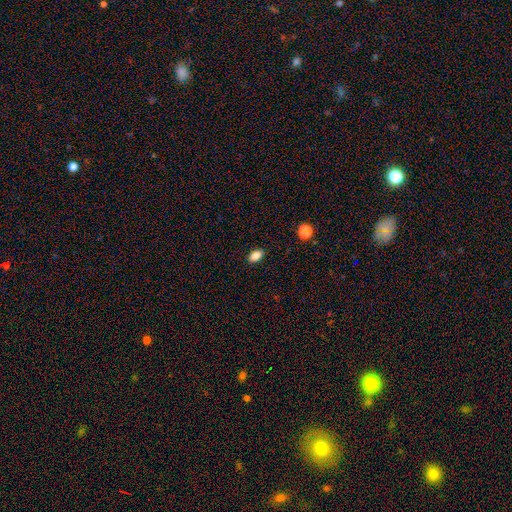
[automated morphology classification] Smooth or featured? Predicted: smooth (p=0.85). How rounded? Predicted: in between (p=0.89). Merging? Predicted: none (p=0.88).